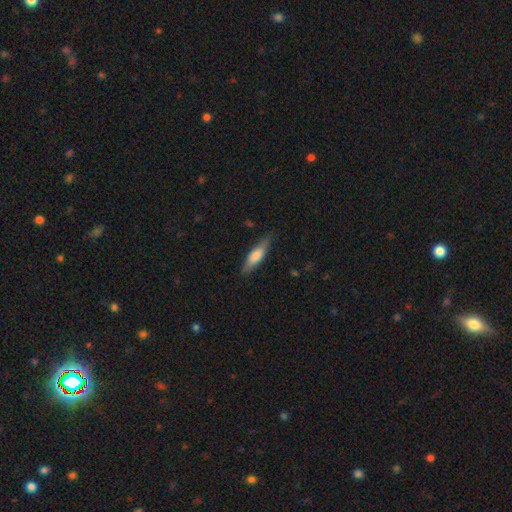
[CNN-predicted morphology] The model was most divided on "how rounded": cigar-shaped: 63%, in between: 35%, round: 2%. More confident: merging — none (79%); smooth or featured — smooth (62%).